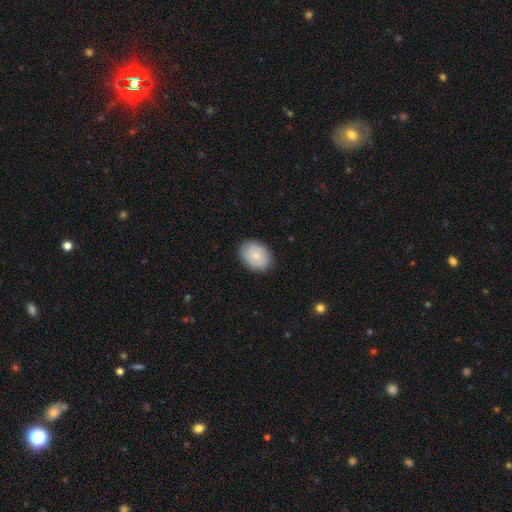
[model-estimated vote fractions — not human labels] smooth_or_featured: smooth (p=0.79) [alt: featured or disk p=0.15]
how_rounded: in between (p=0.72) [alt: round p=0.27]
merging: none (p=0.87) [alt: minor disturbance p=0.10]